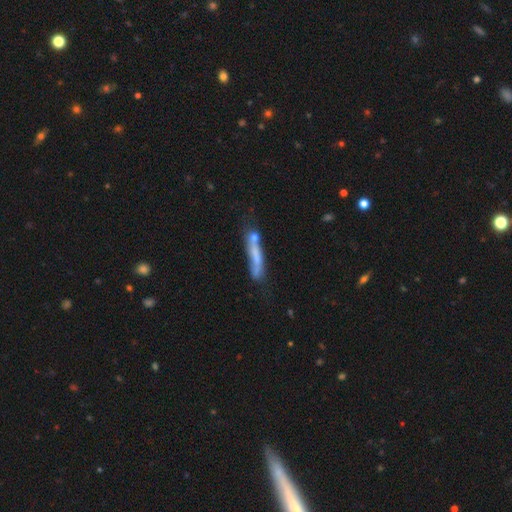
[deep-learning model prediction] A smooth galaxy with no disk features (53%) that is cigar-shaped (90%).

Vote fractions:
- Smooth or featured? smooth: 53% / featured or disk: 38% / star or artifact: 9%
- How rounded? cigar-shaped: 90% / in between: 8% / round: 2%
- Merging? none: 42% / merger: 23% / minor disturbance: 22% / major disturbance: 13%